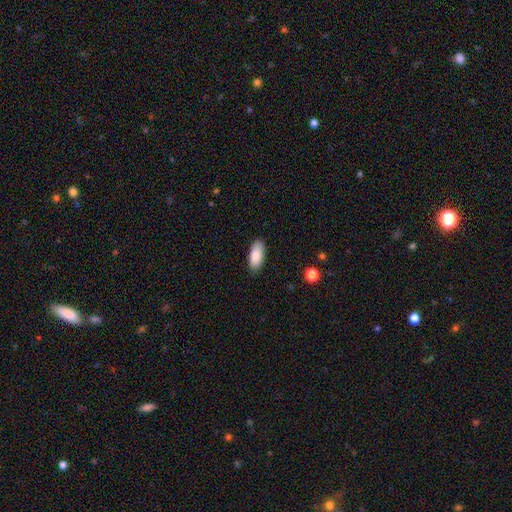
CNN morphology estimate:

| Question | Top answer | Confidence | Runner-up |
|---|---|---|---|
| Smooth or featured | smooth | 86% | featured or disk (7%) |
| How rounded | in between | 87% | cigar-shaped (11%) |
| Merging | none | 86% | minor disturbance (11%) |